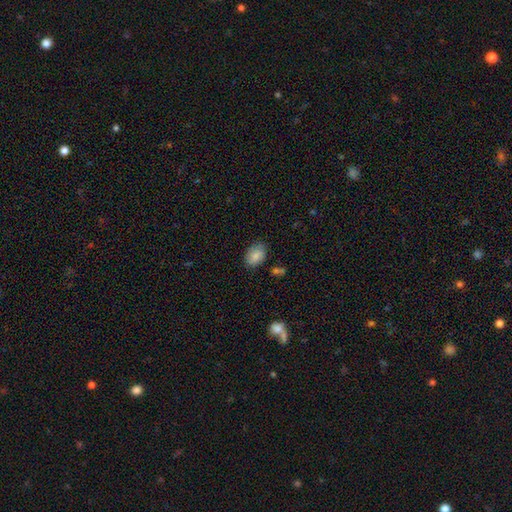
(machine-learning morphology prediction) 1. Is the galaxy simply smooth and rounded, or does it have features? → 83% smooth, 9% featured or disk, 8% star or artifact.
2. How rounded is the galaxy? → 82% in between, 17% round, 1% cigar-shaped.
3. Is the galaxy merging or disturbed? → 76% none, 18% minor disturbance, 4% major disturbance, 2% merger.